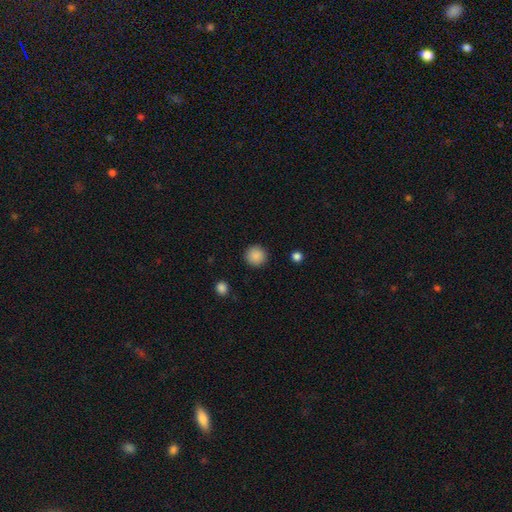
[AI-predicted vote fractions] Overall: smooth (88%). How rounded: round (95%). Merging: none (91%).